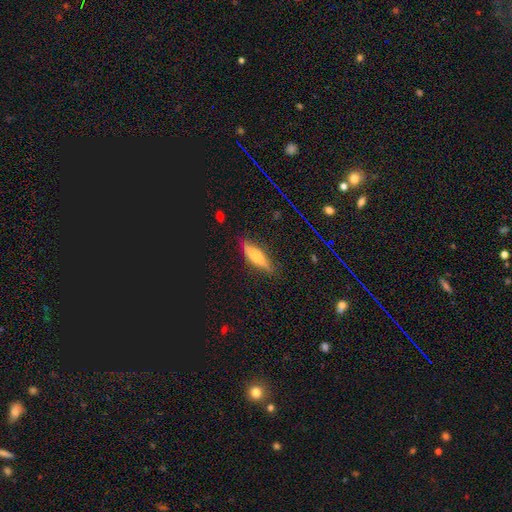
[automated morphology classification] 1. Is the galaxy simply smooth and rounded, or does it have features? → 46% smooth, 40% featured or disk, 13% star or artifact.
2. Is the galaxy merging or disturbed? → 83% none, 12% minor disturbance, 3% major disturbance, 1% merger.